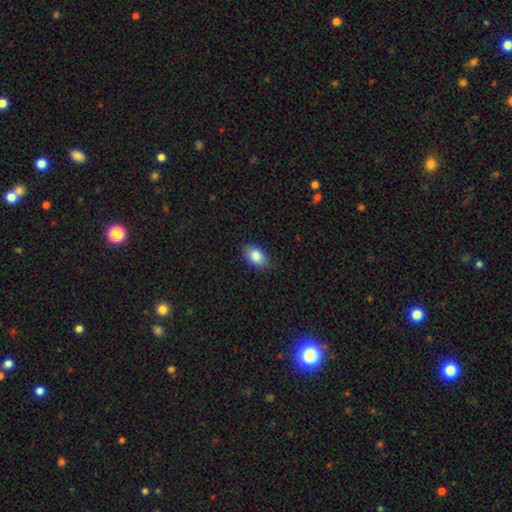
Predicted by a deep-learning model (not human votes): Smooth or featured: smooth — 87% (star or artifact — 7%)
How rounded: in between — 90% (round — 8%)
Merging: none — 85% (minor disturbance — 12%)